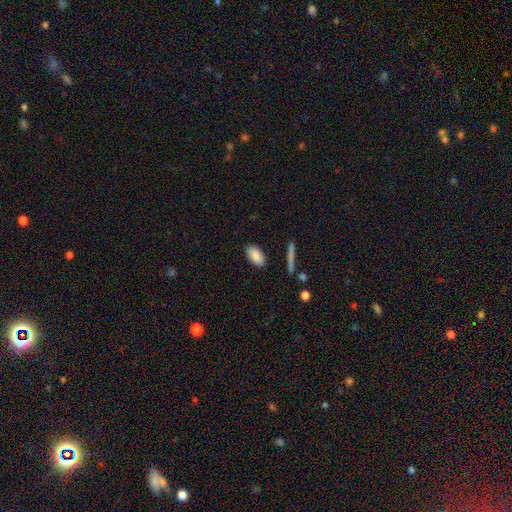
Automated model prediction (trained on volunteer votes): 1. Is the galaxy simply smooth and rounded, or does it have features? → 86% smooth, 8% featured or disk, 7% star or artifact.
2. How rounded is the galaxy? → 91% in between, 5% cigar-shaped, 4% round.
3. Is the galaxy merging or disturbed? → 87% none, 9% minor disturbance, 2% major disturbance, 2% merger.